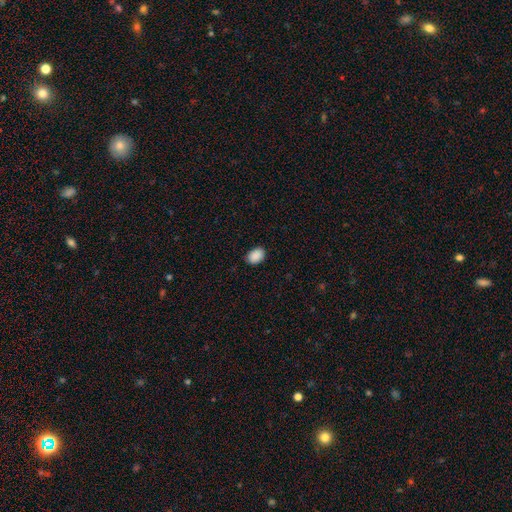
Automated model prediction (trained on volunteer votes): Overall: smooth (90%). How rounded: in between (81%). Merging: none (87%).